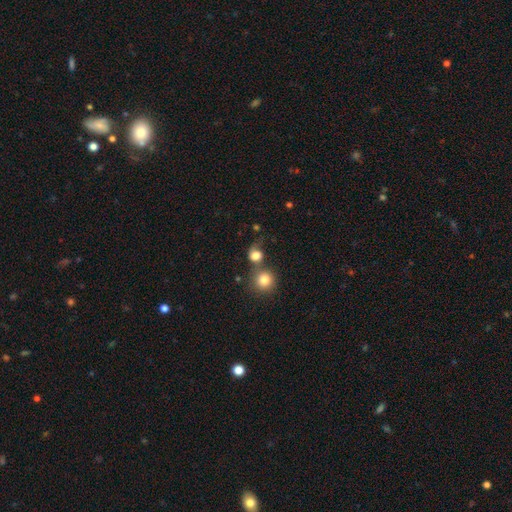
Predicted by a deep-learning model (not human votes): A smooth galaxy with no disk features (76%) that is round (76%).

Vote fractions:
- Smooth or featured? smooth: 76% / featured or disk: 13% / star or artifact: 11%
- How rounded? round: 76% / in between: 22% / cigar-shaped: 1%
- Merging? none: 37% / merger: 32% / major disturbance: 17% / minor disturbance: 15%